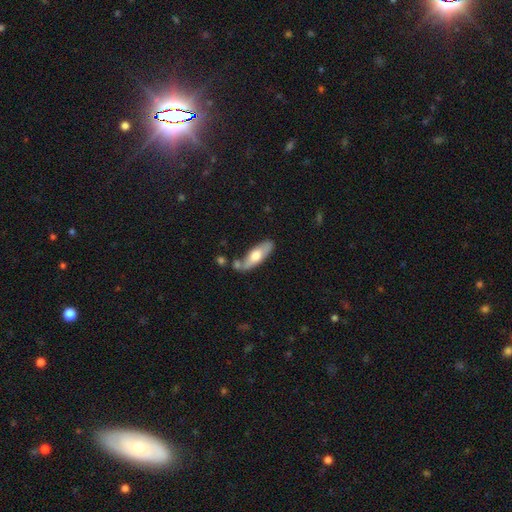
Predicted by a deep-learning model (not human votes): A smooth galaxy with no disk features (57%) that is in between round and cigar-shaped (58%).

Vote fractions:
- Smooth or featured? smooth: 57% / featured or disk: 38% / star or artifact: 5%
- How rounded? in between: 58% / cigar-shaped: 40% / round: 2%
- Merging? none: 64% / minor disturbance: 18% / merger: 13% / major disturbance: 4%